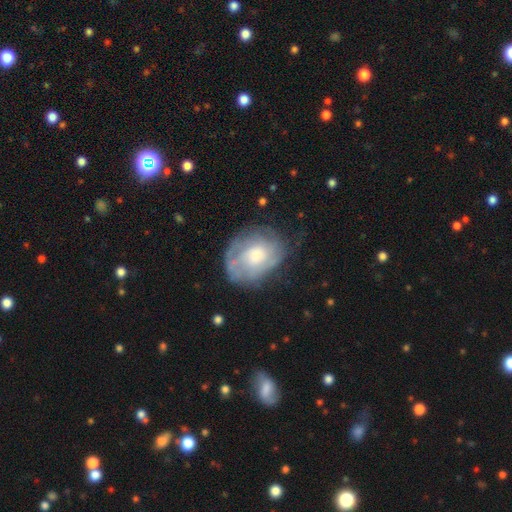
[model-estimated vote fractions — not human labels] A featured or disk galaxy (60%) with no bar (75%), spiral arms (70%) and a moderate central bulge (50%).

Vote fractions:
- Smooth or featured? featured or disk: 60% / smooth: 32% / star or artifact: 8%
- Edge-on disk? no: 96% / yes: 4%
- Bar? no: 75% / weak: 21% / strong: 4%
- Spiral arms? yes: 70% / no: 30%
- Bulge size? moderate: 50% / large: 22% / small: 20% / none: 6% / dominant: 2%
- Merging? none: 62% / minor disturbance: 24% / major disturbance: 12% / merger: 2%